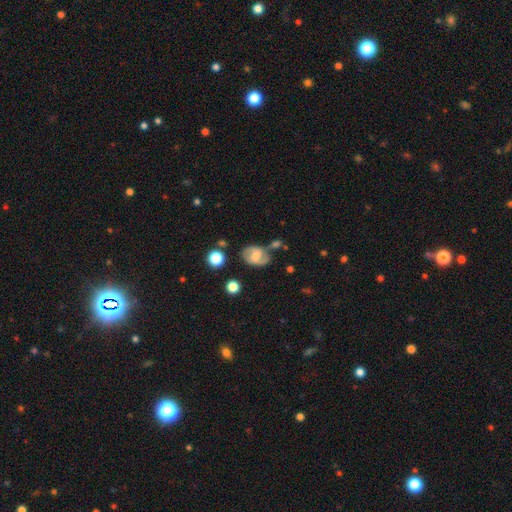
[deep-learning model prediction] A featured or disk galaxy (64%) with a weak bar (51%), 2 (83%) medium (49%) spiral arms (87%) and a moderate central bulge (48%).

Vote fractions:
- Smooth or featured? featured or disk: 64% / smooth: 28% / star or artifact: 8%
- Edge-on disk? no: 97% / yes: 3%
- Bar? weak: 51% / no: 32% / strong: 17%
- Spiral arms? yes: 87% / no: 13%
- Spiral winding? medium: 49% / tight: 27% / loose: 24%
- Spiral arm count? 2: 83% / can't tell: 10% / 1: 3% / 3: 2% / 4: 1% / more than 4: 1%
- Bulge size? moderate: 48% / small: 34% / none: 9% / large: 8% / dominant: 2%
- Merging? none: 63% / minor disturbance: 20% / merger: 10% / major disturbance: 7%